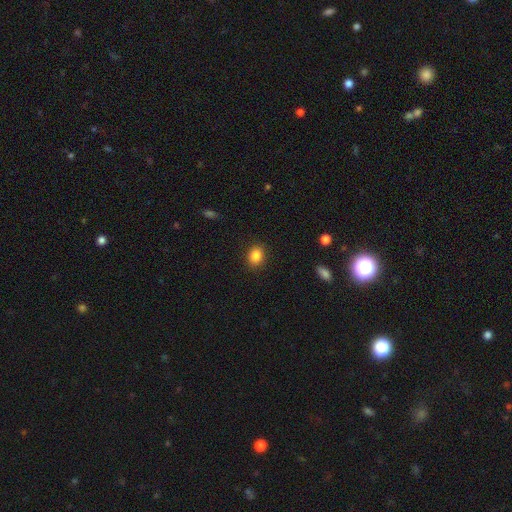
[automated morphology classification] This appears to be a smooth galaxy with no disk features (86%) that is in between round and cigar-shaped (54%). Merging: none (89%).